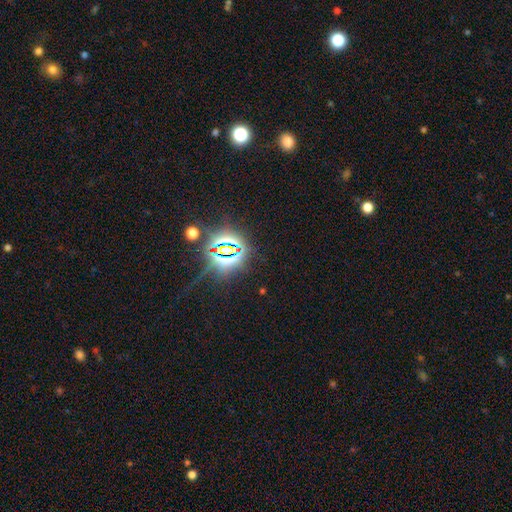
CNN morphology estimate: A star or artifact, not a galaxy (84%).

Vote fractions:
- Smooth or featured? star or artifact: 84% / smooth: 10% / featured or disk: 6%